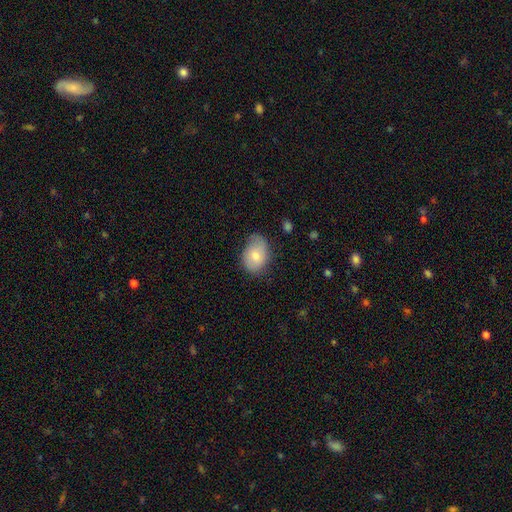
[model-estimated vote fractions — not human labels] This appears to be a smooth galaxy with no disk features (73%) that is in between round and cigar-shaped (74%). Merging: none (60%).